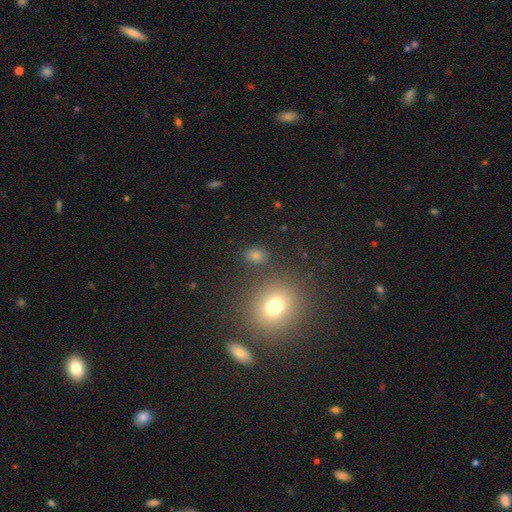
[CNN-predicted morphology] Smooth or featured? Predicted: smooth (p=0.77). How rounded? Predicted: in between (p=0.59). Merging? Predicted: none (p=0.80).